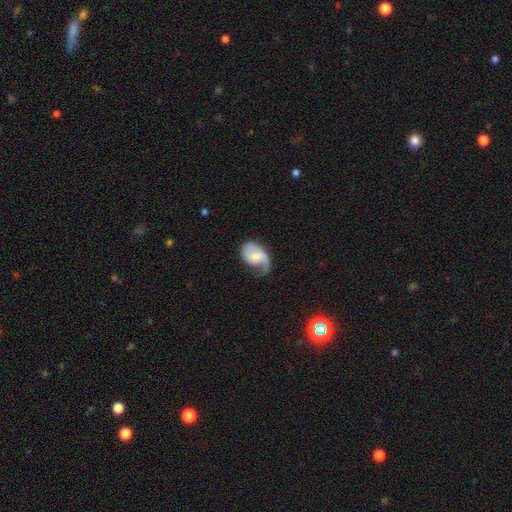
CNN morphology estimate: featured or disk 59%, smooth 35%, star or artifact 6%. Down the decision tree: edge-on disk — no (97%); bar — no (58%); spiral arms — yes (89%); spiral arm count — 1 (59%); spiral winding — loose (50%); bulge size — small (44%); merging — major disturbance (35%).